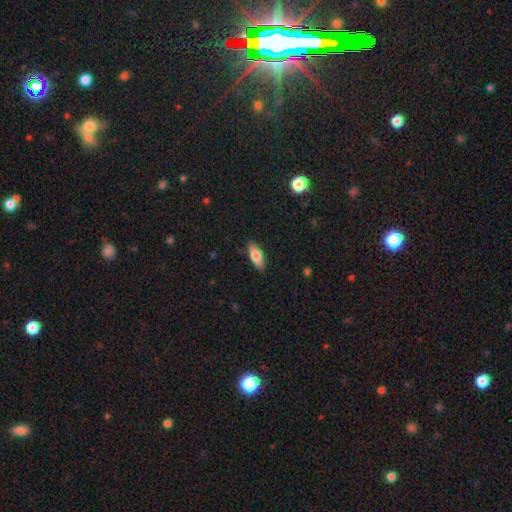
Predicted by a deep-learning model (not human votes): The model was most divided on "how rounded": in between: 71%, cigar-shaped: 26%, round: 2%. More confident: merging — none (87%); smooth or featured — smooth (74%).